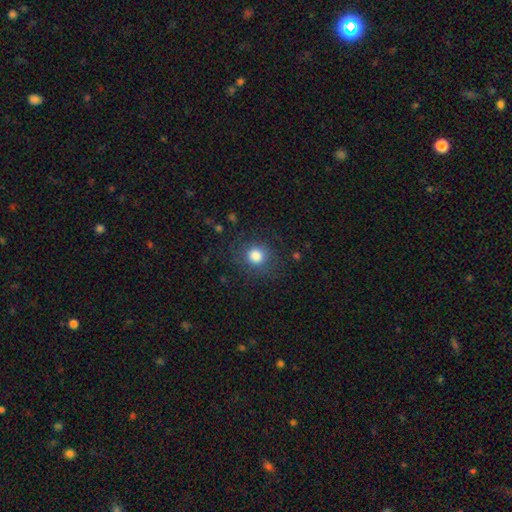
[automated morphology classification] The model was most divided on "merging": none: 80%, minor disturbance: 12%, major disturbance: 6%, merger: 1%. More confident: how rounded — round (88%); smooth or featured — smooth (82%).